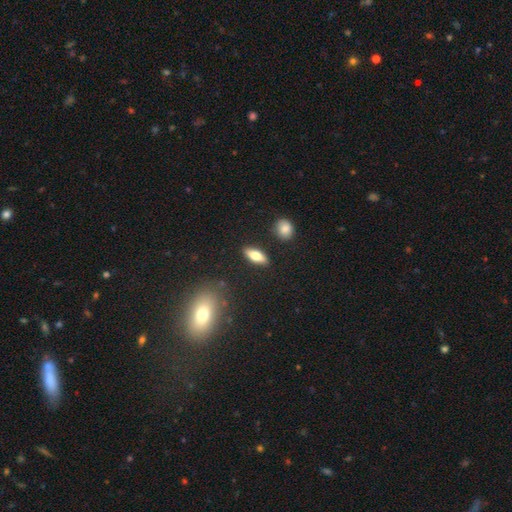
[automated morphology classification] Smooth or featured? smooth (69%)
How rounded? in between (71%)
Merging? none (87%)